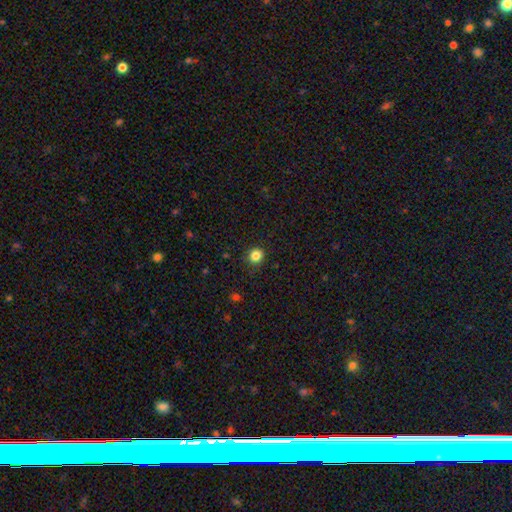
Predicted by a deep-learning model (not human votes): Overall: smooth (85%). How rounded: round (85%). Merging: none (90%).